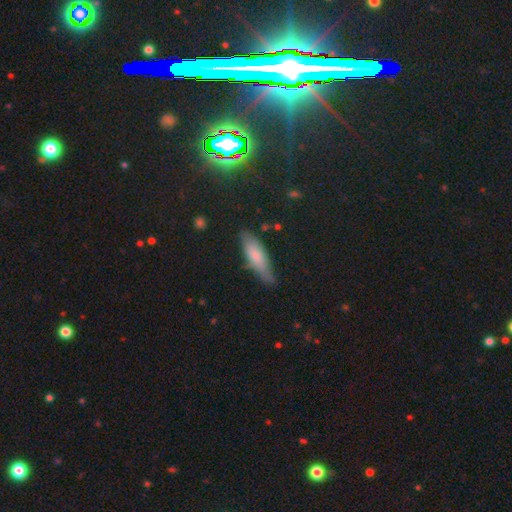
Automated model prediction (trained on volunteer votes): A smooth galaxy with no disk features (71%) that is cigar-shaped (52%). Merging: none (65%).